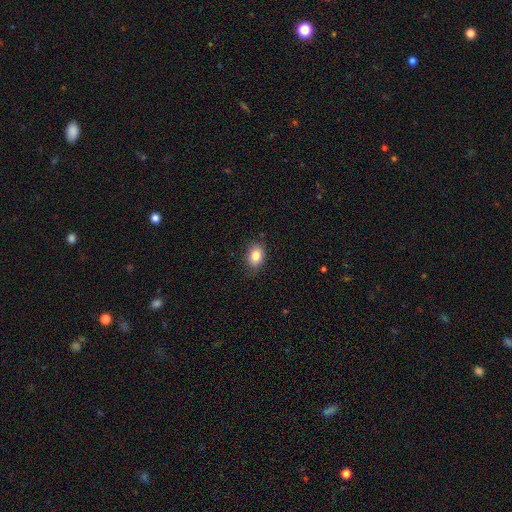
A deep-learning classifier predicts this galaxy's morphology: A smooth galaxy with no disk features (84%) that is in between round and cigar-shaped (75%). Merging: none (83%).